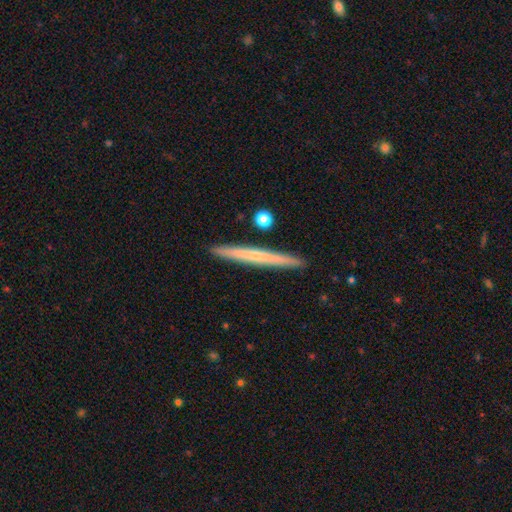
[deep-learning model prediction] Smooth or featured?
  - smooth: 51% *
  - featured or disk: 43%
  - star or artifact: 6%
How rounded?
  - cigar-shaped: 97% *
  - in between: 2%
  - round: 1%
Merging?
  - none: 91% *
  - minor disturbance: 6%
  - merger: 2%
  - major disturbance: 1%